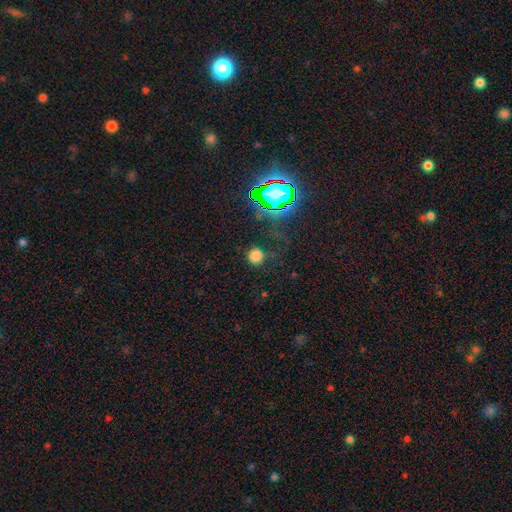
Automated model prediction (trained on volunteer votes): smooth 72%, star or artifact 22%, featured or disk 6%. Down the decision tree: how rounded — round (92%); merging — none (79%).